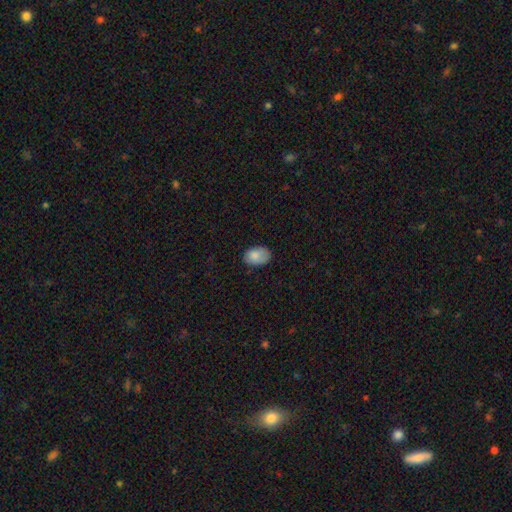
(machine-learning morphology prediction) type=smooth (85%); roundness=in between (87%); merging=none (74%).